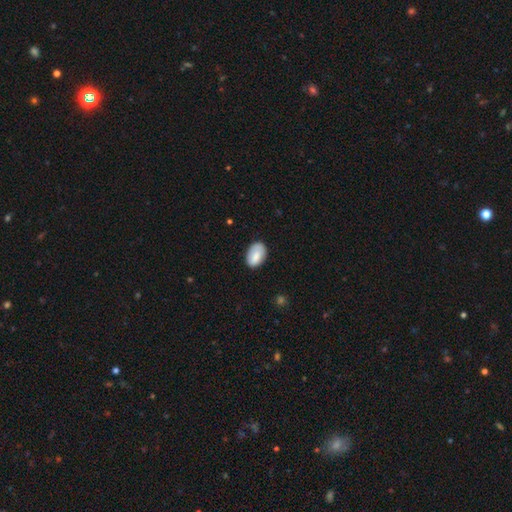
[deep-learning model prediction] A smooth galaxy with no disk features (83%) that is in between round and cigar-shaped (90%). Merging: none (77%).